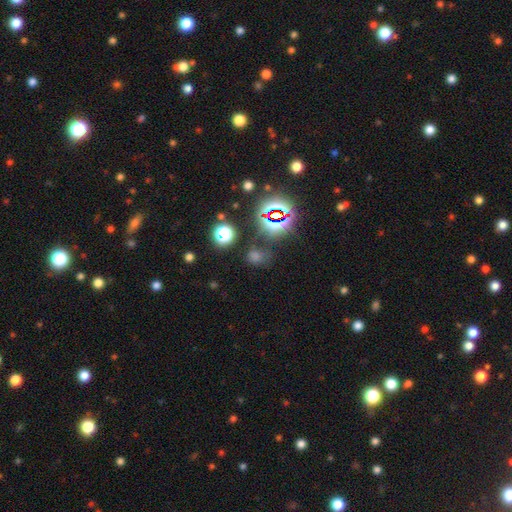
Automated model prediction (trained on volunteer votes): This appears to be a star or artifact, not a galaxy (52%).